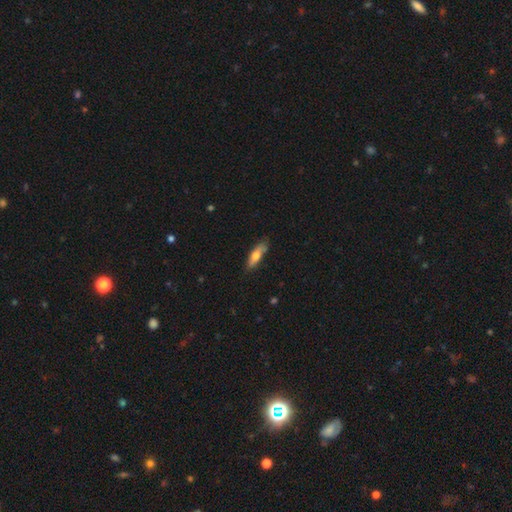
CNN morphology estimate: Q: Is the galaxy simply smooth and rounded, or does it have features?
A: smooth — 61%.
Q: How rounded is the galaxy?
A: cigar-shaped — 59%.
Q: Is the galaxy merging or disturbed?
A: none — 78%.